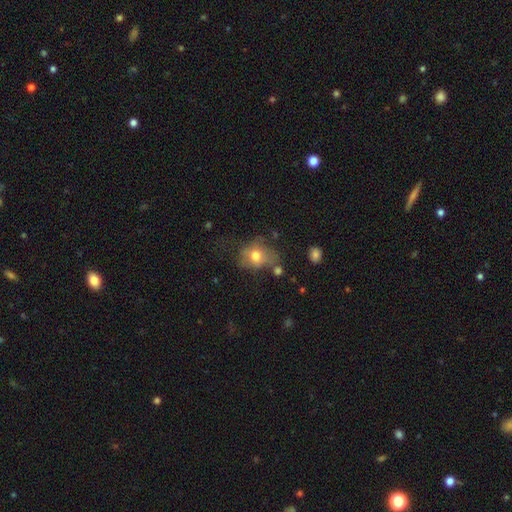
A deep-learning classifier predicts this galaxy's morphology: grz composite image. It shows a smooth galaxy with no disk features (68%) that is in between round and cigar-shaped (49%, tied with round). Merging: none (43%).